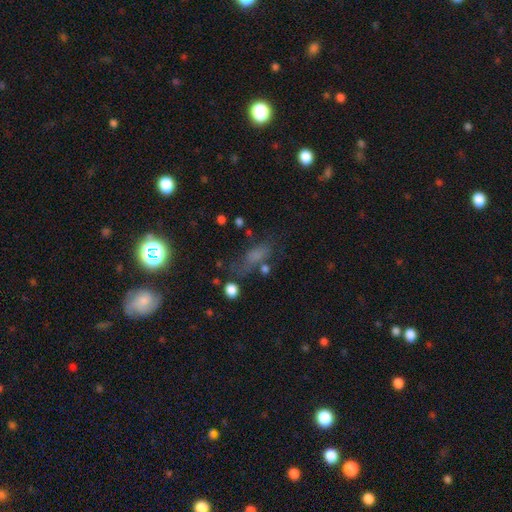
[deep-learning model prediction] smooth-or-featured: smooth: 54% | star or artifact: 27% | featured or disk: 20%
  how-rounded: in between: 60% | cigar-shaped: 27% | round: 13%
  merging: none: 54% | minor disturbance: 22% | major disturbance: 17% | merger: 7%